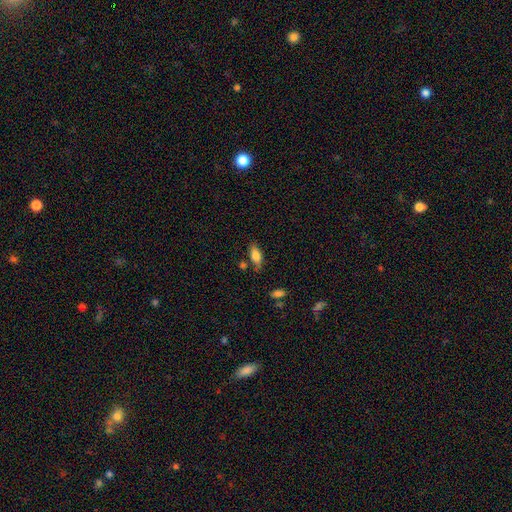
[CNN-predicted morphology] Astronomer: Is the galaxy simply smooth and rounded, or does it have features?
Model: smooth — 70%.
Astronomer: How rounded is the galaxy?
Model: in between — 77%.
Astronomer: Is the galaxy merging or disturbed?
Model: none — 69%.